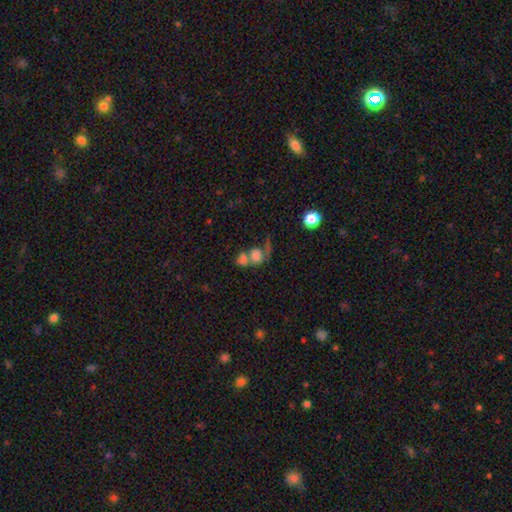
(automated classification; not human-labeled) Morphology: type=smooth (66%); roundness=round (50%); merging=merger (61%).